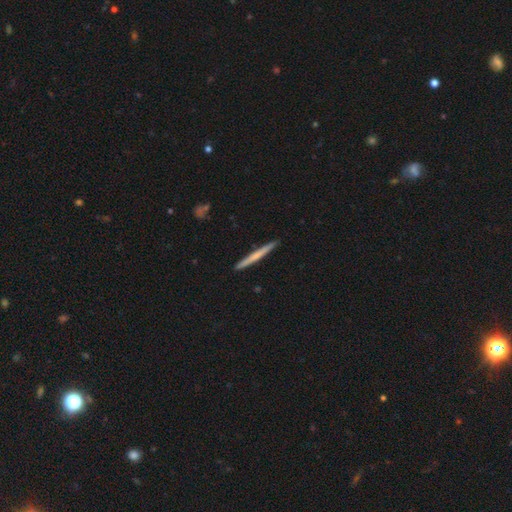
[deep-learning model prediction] Smooth or featured?
  - smooth: 51% *
  - featured or disk: 43%
  - star or artifact: 5%
How rounded?
  - cigar-shaped: 97% *
  - in between: 2%
  - round: 1%
Merging?
  - none: 92% *
  - minor disturbance: 5%
  - major disturbance: 1%
  - merger: 1%